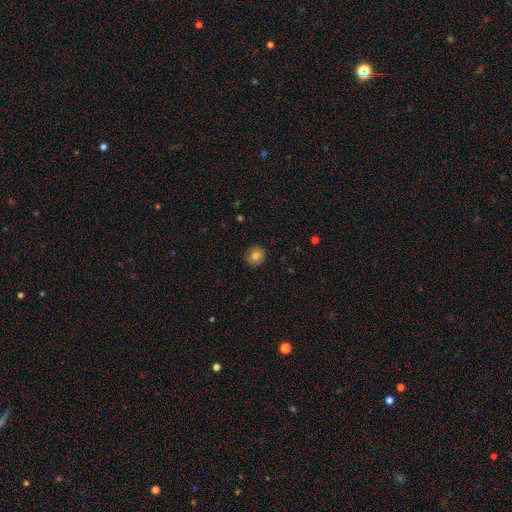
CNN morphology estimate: This is likely a smooth galaxy (80%). How rounded: clearly round (90%). Merging: clearly none (86%).